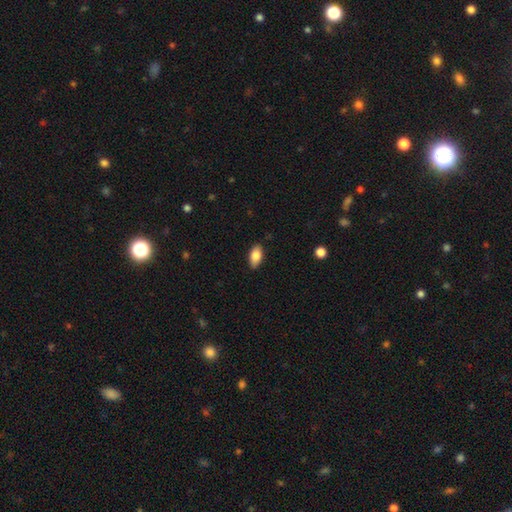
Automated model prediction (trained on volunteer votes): smooth-or-featured: smooth: 84% | featured or disk: 9% | star or artifact: 7%
  how-rounded: in between: 92% | cigar-shaped: 5% | round: 3%
  merging: none: 87% | minor disturbance: 10% | major disturbance: 2% | merger: 1%